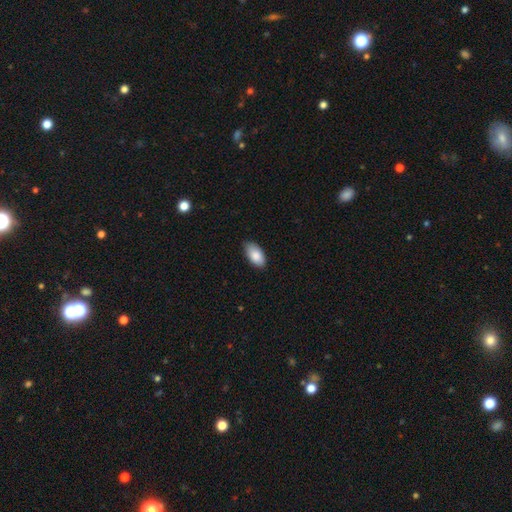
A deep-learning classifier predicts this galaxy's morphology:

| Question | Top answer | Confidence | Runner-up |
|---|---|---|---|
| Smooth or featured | smooth | 86% | featured or disk (7%) |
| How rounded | in between | 94% | round (3%) |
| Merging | none | 78% | minor disturbance (19%) |